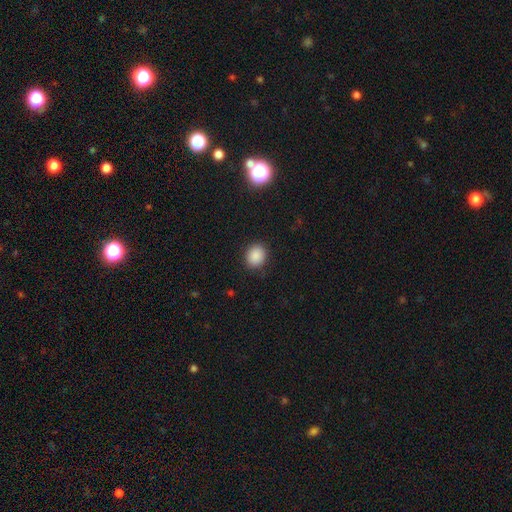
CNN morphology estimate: A smooth galaxy with no disk features (88%) that is round (67%).

Vote fractions:
- Smooth or featured? smooth: 88% / star or artifact: 9% / featured or disk: 3%
- How rounded? round: 67% / in between: 32% / cigar-shaped: 1%
- Merging? none: 88% / minor disturbance: 8% / major disturbance: 3% / merger: 1%